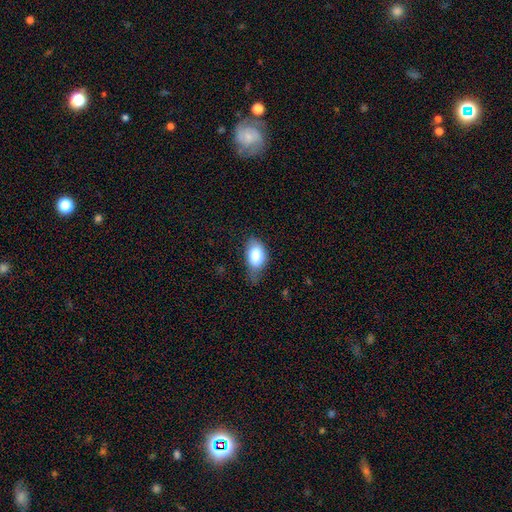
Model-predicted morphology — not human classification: Smooth or featured: smooth — 79% (featured or disk — 14%)
How rounded: in between — 89% (round — 9%)
Merging: none — 44% (minor disturbance — 41%)